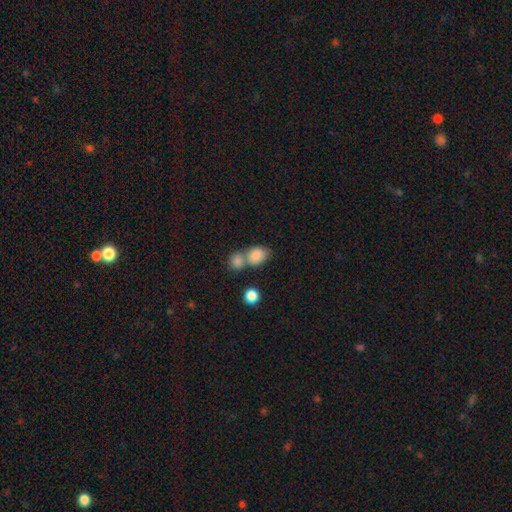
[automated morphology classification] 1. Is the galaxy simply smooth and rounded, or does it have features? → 84% smooth, 8% star or artifact, 8% featured or disk.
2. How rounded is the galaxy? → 57% in between, 42% round, 1% cigar-shaped.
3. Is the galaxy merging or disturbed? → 54% merger, 34% none, 9% minor disturbance, 4% major disturbance.